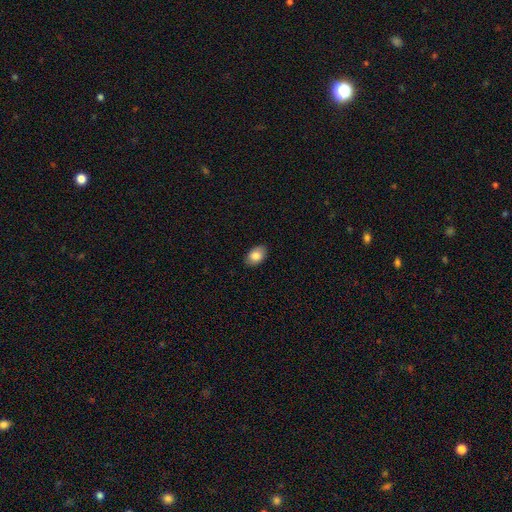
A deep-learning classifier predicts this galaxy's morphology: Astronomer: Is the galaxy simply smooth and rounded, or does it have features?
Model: smooth — 84%.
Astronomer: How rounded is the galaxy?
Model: in between — 88%.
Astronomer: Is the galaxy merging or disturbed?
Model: none — 87%.